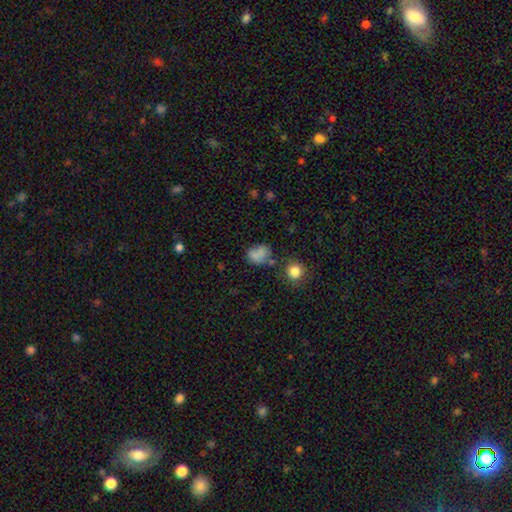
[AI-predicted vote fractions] Overall: smooth (72%). How rounded: in between (51%; round 48%). Merging: none (50%; minor disturbance 23%).